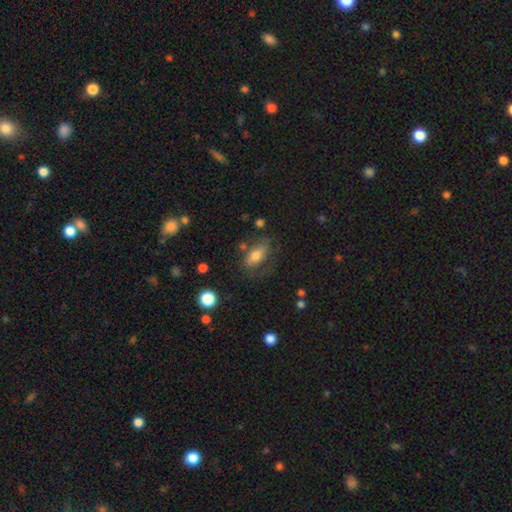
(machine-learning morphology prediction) The model was most divided on "merging": none: 58%, minor disturbance: 22%, major disturbance: 16%, merger: 4%. More confident: how rounded — in between (83%); smooth or featured — smooth (65%).